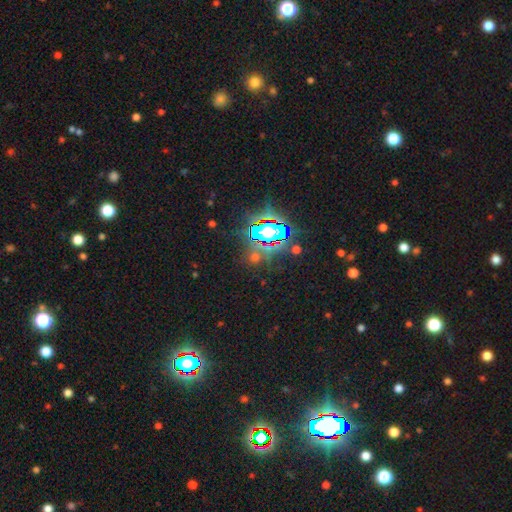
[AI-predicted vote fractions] A star or artifact, not a galaxy (77%).

Vote fractions:
- Smooth or featured? star or artifact: 77% / smooth: 14% / featured or disk: 9%